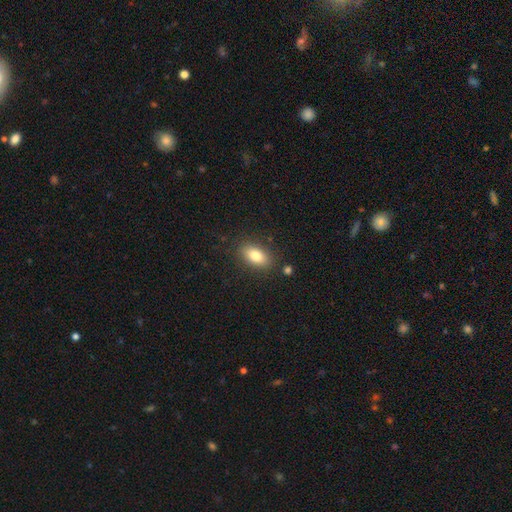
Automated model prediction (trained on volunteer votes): smooth 81%, featured or disk 11%, star or artifact 8%. Down the decision tree: how rounded — in between (88%); merging — none (84%).